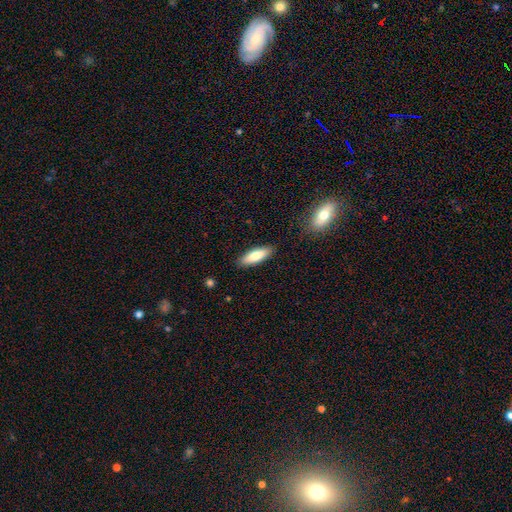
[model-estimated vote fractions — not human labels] A smooth galaxy with no disk features (79%) that is in between round and cigar-shaped (52%).

Vote fractions:
- Smooth or featured? smooth: 79% / featured or disk: 15% / star or artifact: 6%
- How rounded? in between: 52% / cigar-shaped: 46% / round: 2%
- Merging? none: 88% / minor disturbance: 9% / major disturbance: 2% / merger: 1%